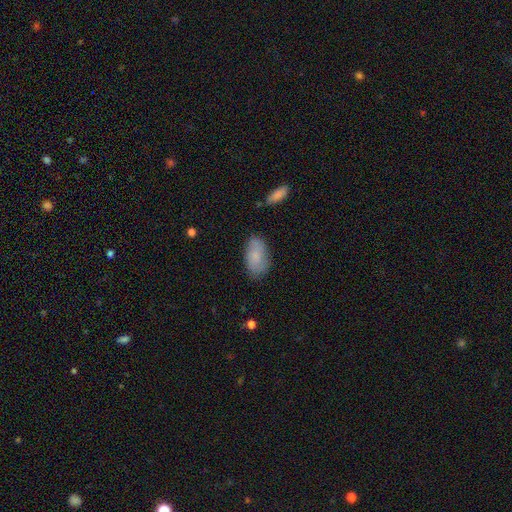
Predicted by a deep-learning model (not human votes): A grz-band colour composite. It shows a smooth galaxy with no disk features (77%) that is in between round and cigar-shaped (94%). Merging: none (77%).